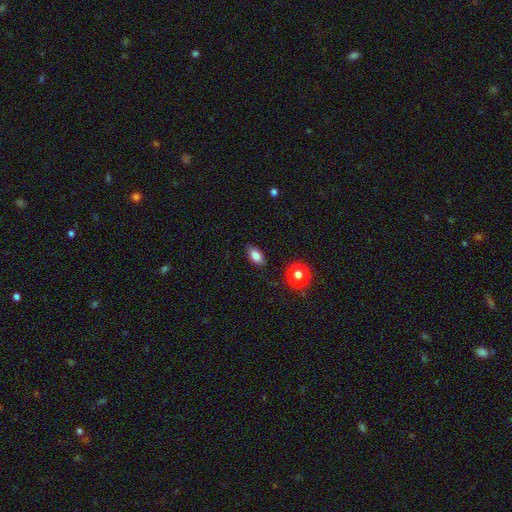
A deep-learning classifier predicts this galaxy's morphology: Q: Smooth or featured?
A: smooth (83%); runner-up: star or artifact (10%)
Q: How rounded?
A: in between (88%); runner-up: round (8%)
Q: Merging?
A: none (86%); runner-up: minor disturbance (10%)